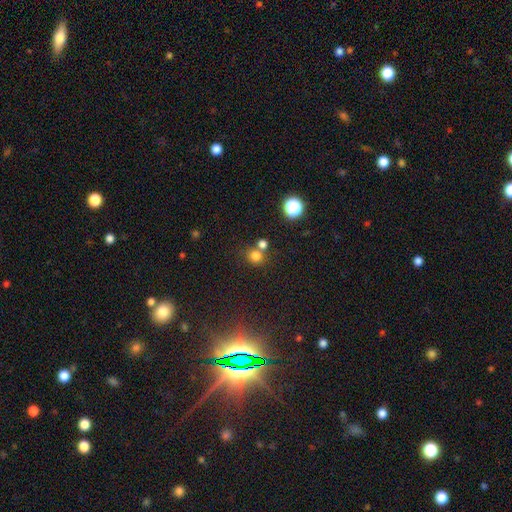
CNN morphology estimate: Smooth or featured: smooth — 76% (star or artifact — 17%)
How rounded: round — 84% (in between — 15%)
Merging: none — 58% (merger — 30%)